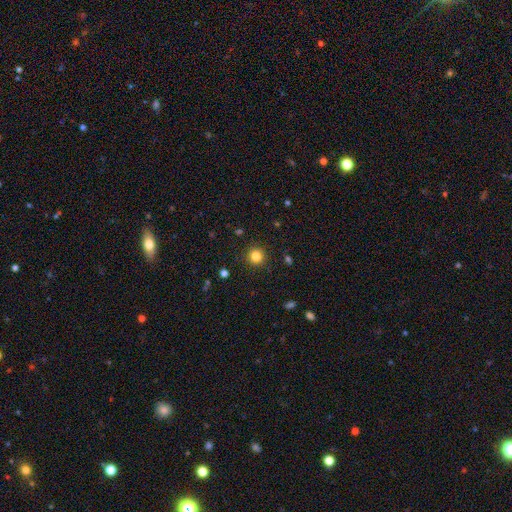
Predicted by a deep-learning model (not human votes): Smooth or featured?
  - smooth: 83% *
  - star or artifact: 12%
  - featured or disk: 5%
How rounded?
  - round: 94% *
  - in between: 5%
  - cigar-shaped: 1%
Merging?
  - none: 91% *
  - minor disturbance: 5%
  - major disturbance: 2%
  - merger: 1%